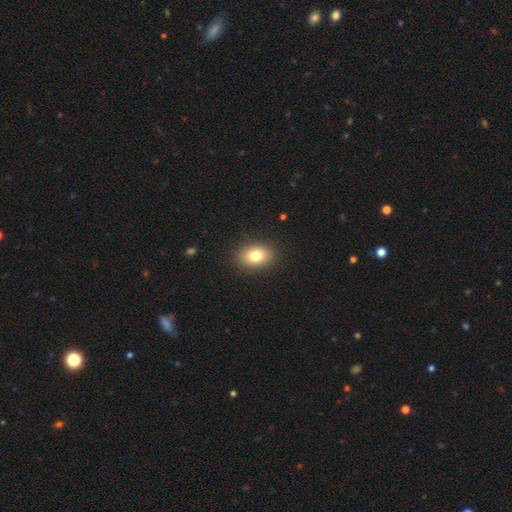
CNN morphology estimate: Q: Smooth or featured?
A: smooth (79%); runner-up: featured or disk (11%)
Q: How rounded?
A: in between (74%); runner-up: round (25%)
Q: Merging?
A: none (89%); runner-up: minor disturbance (8%)